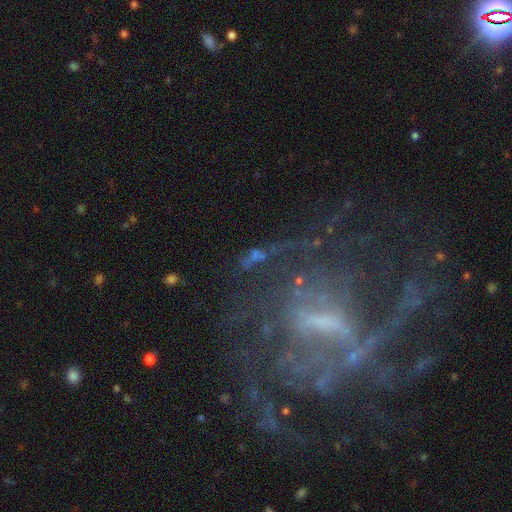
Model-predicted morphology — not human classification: The model was most divided on "smooth or featured": featured or disk: 41%, star or artifact: 34%, smooth: 25%. More confident: merging — none (52%).